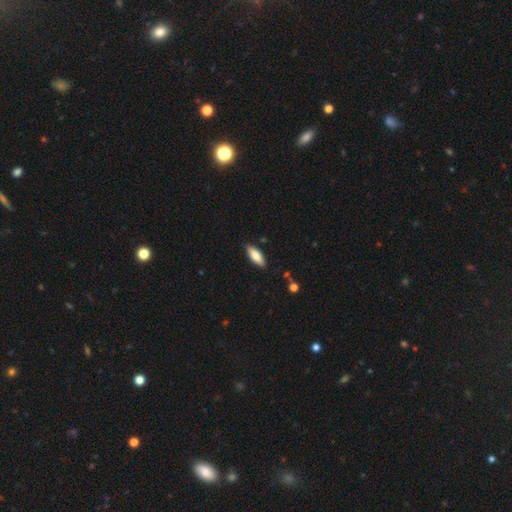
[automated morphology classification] smooth_or_featured: smooth (p=0.80) [alt: featured or disk p=0.15]
how_rounded: in between (p=0.70) [alt: cigar-shaped p=0.28]
merging: none (p=0.86) [alt: minor disturbance p=0.10]